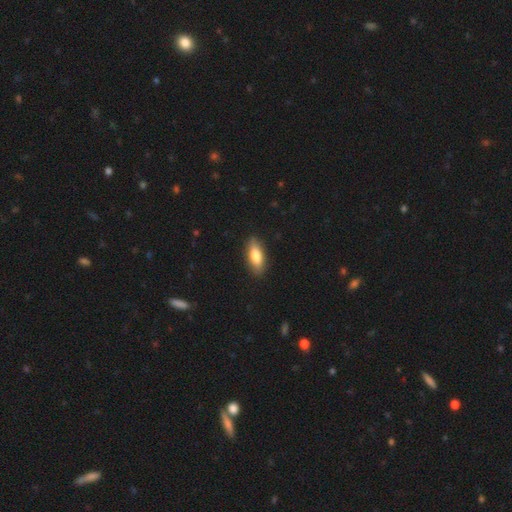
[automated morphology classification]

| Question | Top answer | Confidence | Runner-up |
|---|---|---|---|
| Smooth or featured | smooth | 79% | featured or disk (15%) |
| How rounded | in between | 67% | cigar-shaped (30%) |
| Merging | none | 87% | minor disturbance (10%) |